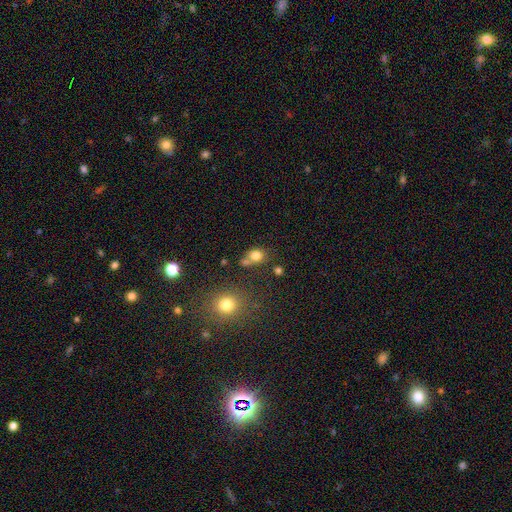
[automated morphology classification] A smooth galaxy with no disk features (78%) that is round (66%).

Vote fractions:
- Smooth or featured? smooth: 78% / star or artifact: 13% / featured or disk: 9%
- How rounded? round: 66% / in between: 33% / cigar-shaped: 1%
- Merging? none: 52% / merger: 27% / minor disturbance: 15% / major disturbance: 6%